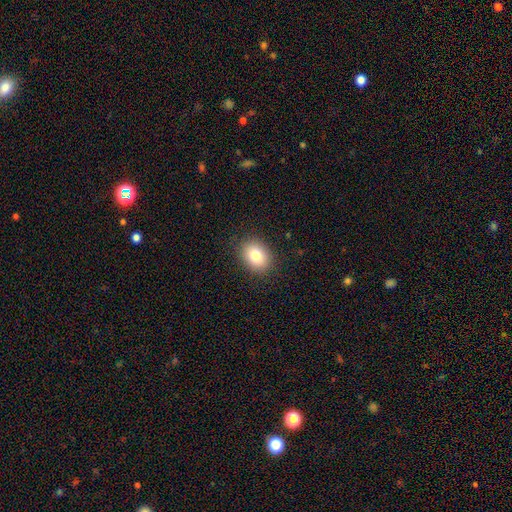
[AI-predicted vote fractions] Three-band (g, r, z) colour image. It shows a smooth galaxy with no disk features (81%) that is in between round and cigar-shaped (63%). Merging: none (88%).